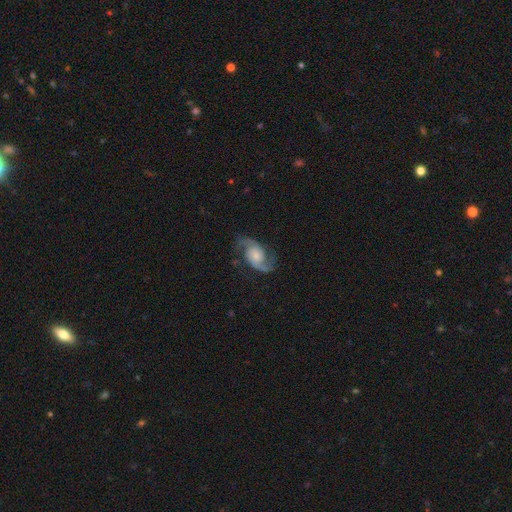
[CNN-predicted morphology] A featured or disk galaxy (88%) with no bar (65%), 2 (94%) medium (49%) spiral arms (98%) and a small central bulge (43%). Merging: none (78%).